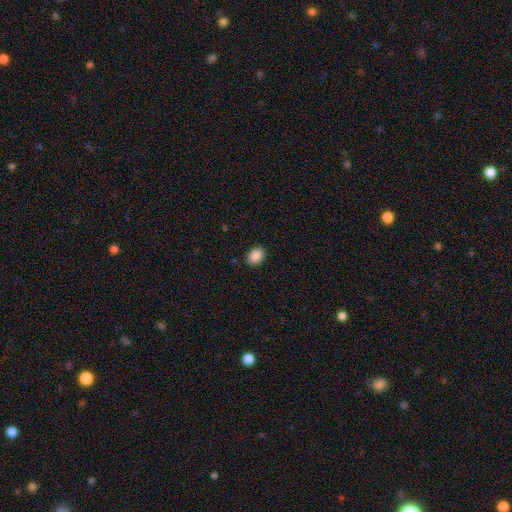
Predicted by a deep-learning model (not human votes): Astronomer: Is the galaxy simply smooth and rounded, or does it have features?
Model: smooth — 88%.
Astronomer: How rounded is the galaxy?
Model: in between — 66%.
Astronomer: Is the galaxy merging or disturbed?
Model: none — 89%.